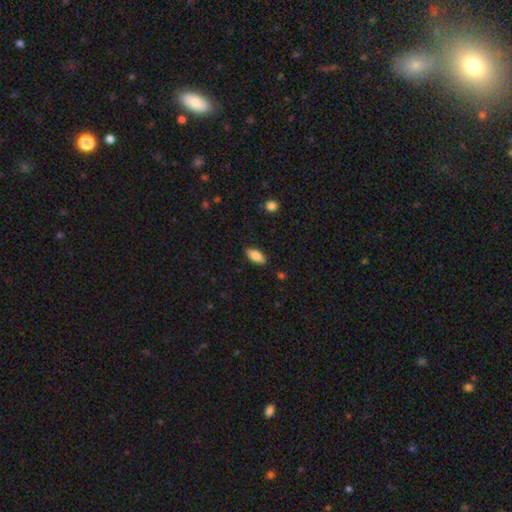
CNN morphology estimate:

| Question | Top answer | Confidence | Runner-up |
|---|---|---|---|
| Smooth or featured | smooth | 82% | featured or disk (11%) |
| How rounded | in between | 84% | cigar-shaped (13%) |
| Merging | none | 86% | minor disturbance (11%) |